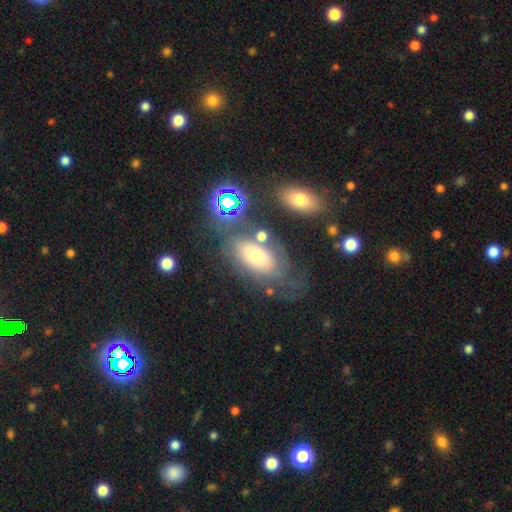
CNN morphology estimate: Smooth or featured?
  - smooth: 43% *
  - featured or disk: 41%
  - star or artifact: 16%
Merging?
  - none: 51% *
  - minor disturbance: 21%
  - major disturbance: 19%
  - merger: 8%